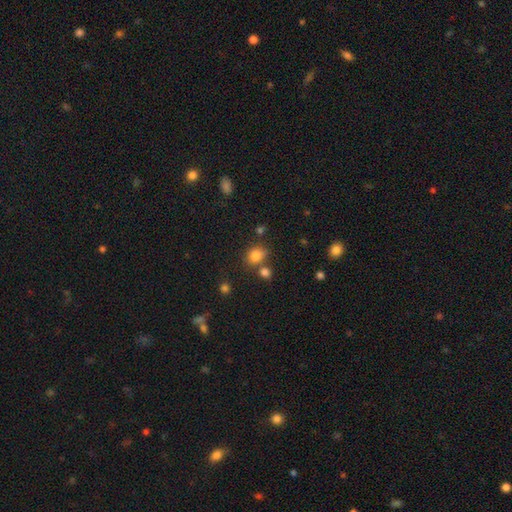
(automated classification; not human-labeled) A smooth galaxy with no disk features (81%) that is round (50%). Merging: none (64%).